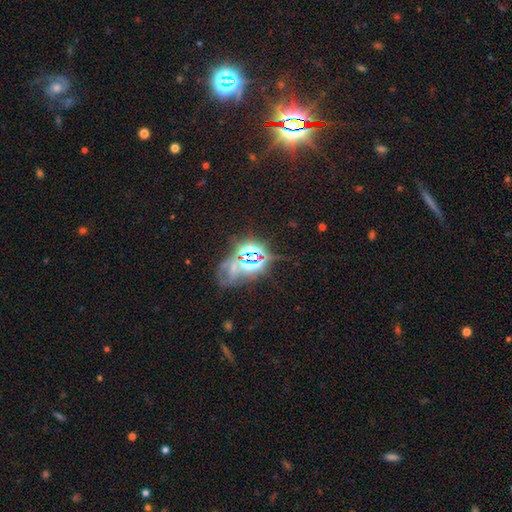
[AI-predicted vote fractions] smooth-or-featured: star or artifact: 70% | featured or disk: 17% | smooth: 13%